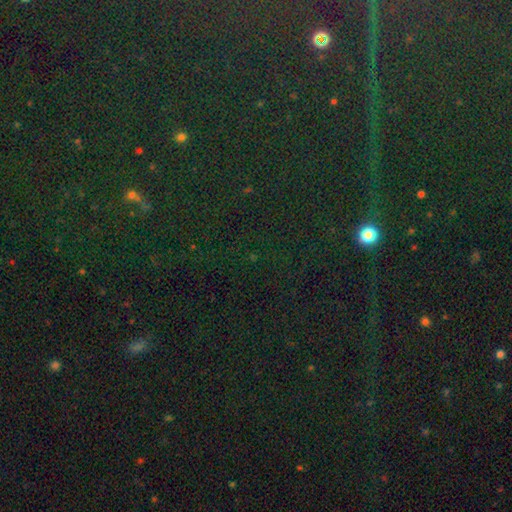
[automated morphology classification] star or artifact 82%, smooth 11%, featured or disk 7%.